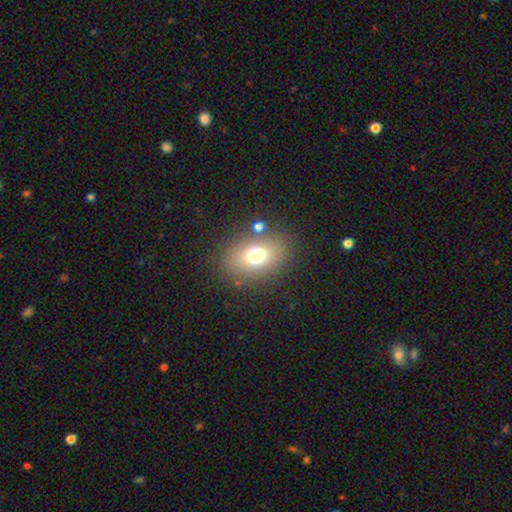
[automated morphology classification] smooth_or_featured: smooth (p=0.71) [alt: star or artifact p=0.15]
how_rounded: in between (p=0.68) [alt: round p=0.30]
merging: none (p=0.79) [alt: minor disturbance p=0.10]